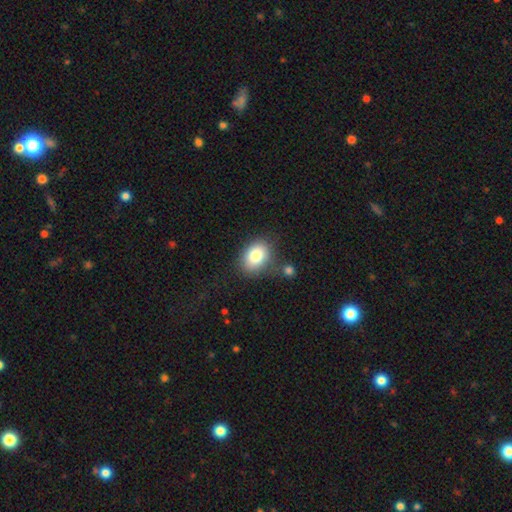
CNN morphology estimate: This appears to be a smooth galaxy with no disk features (81%) that is in between round and cigar-shaped (69%). Merging: none (73%).